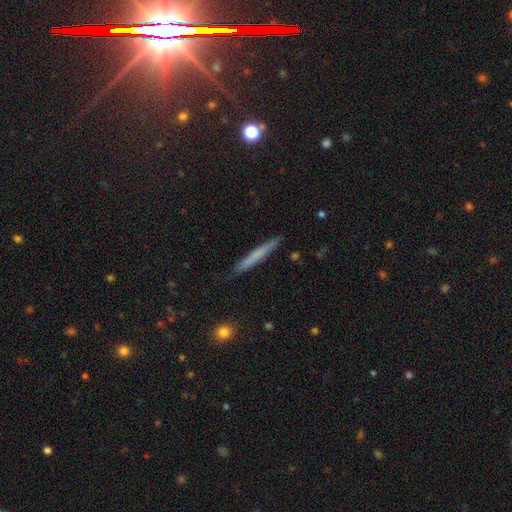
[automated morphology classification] This is likely a smooth galaxy (60%). How rounded: clearly cigar-shaped (96%). Merging: clearly none (88%).